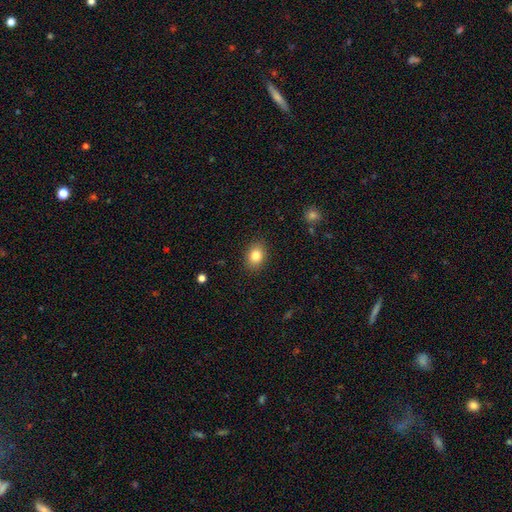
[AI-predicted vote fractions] A smooth galaxy with no disk features (83%) that is in between round and cigar-shaped (64%).

Vote fractions:
- Smooth or featured? smooth: 83% / star or artifact: 9% / featured or disk: 8%
- How rounded? in between: 64% / round: 35% / cigar-shaped: 1%
- Merging? none: 89% / minor disturbance: 8% / major disturbance: 2% / merger: 1%